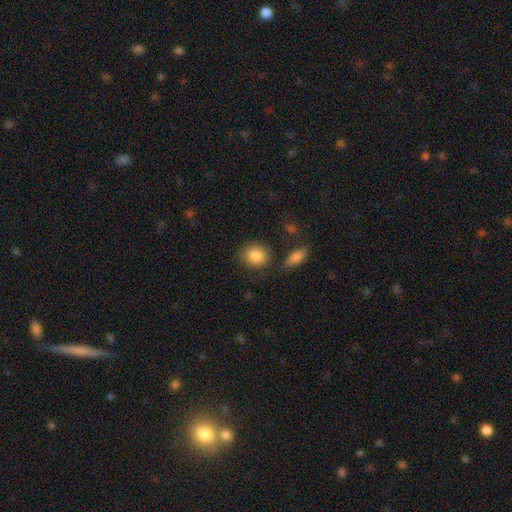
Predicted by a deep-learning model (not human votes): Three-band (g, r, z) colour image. It shows a smooth galaxy with no disk features (87%) that is round (62%). Merging: none (79%).